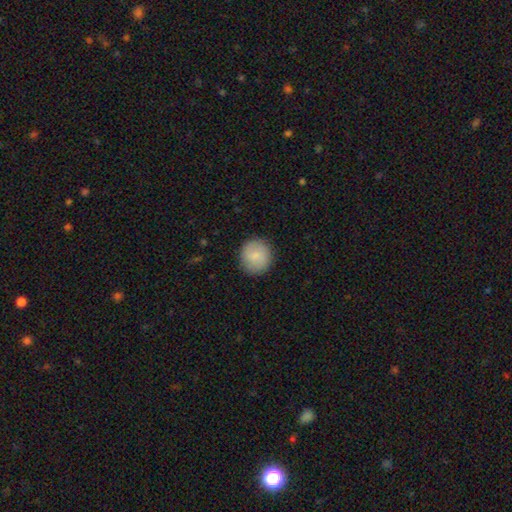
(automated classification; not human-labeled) This appears to be a smooth galaxy with no disk features (82%) that is round (90%). Merging: none (88%).